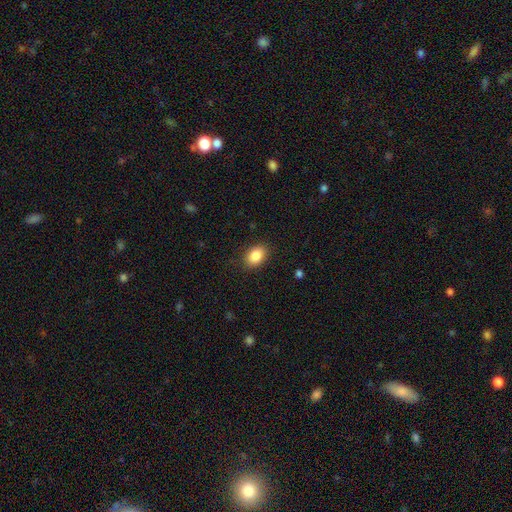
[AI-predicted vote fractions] Smooth or featured: smooth — 87% (star or artifact — 8%)
How rounded: in between — 77% (round — 21%)
Merging: none — 86% (minor disturbance — 10%)